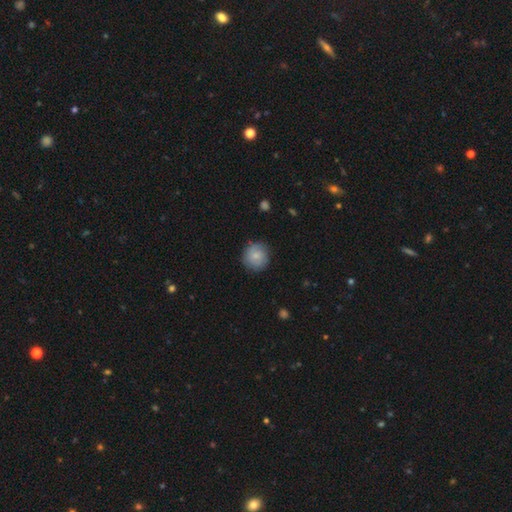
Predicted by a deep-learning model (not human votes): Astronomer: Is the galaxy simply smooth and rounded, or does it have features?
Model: smooth — 77%.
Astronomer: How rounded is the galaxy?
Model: round — 90%.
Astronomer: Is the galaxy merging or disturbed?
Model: none — 82%.